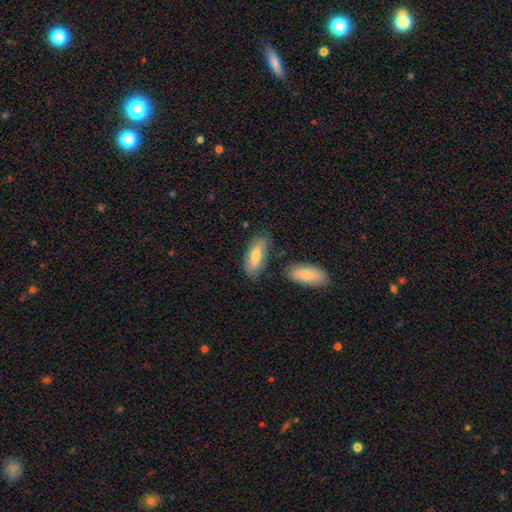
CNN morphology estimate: This is likely a smooth galaxy (69%). How rounded: likely in between (76%). Merging: likely none (74%).